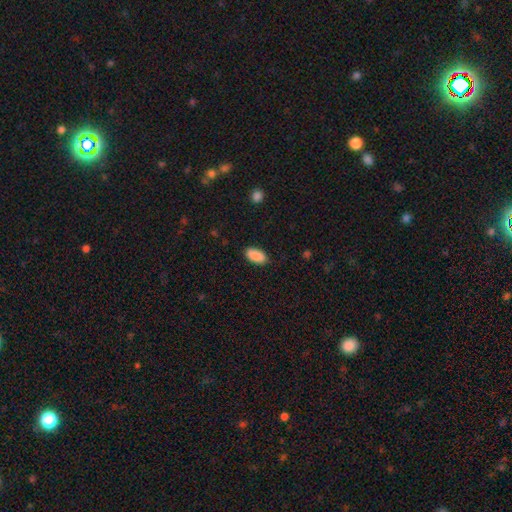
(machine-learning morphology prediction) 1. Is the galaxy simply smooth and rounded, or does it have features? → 90% smooth, 7% star or artifact, 4% featured or disk.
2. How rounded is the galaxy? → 93% in between, 4% cigar-shaped, 2% round.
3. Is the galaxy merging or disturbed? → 86% none, 10% minor disturbance, 2% major disturbance, 1% merger.